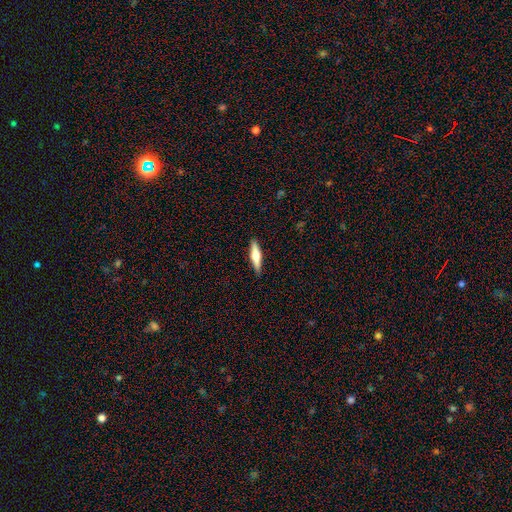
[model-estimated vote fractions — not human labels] The model was most divided on "smooth or featured" (2-way tie): featured or disk: 47%, smooth: 47%, star or artifact: 6%. More confident: merging — none (90%).